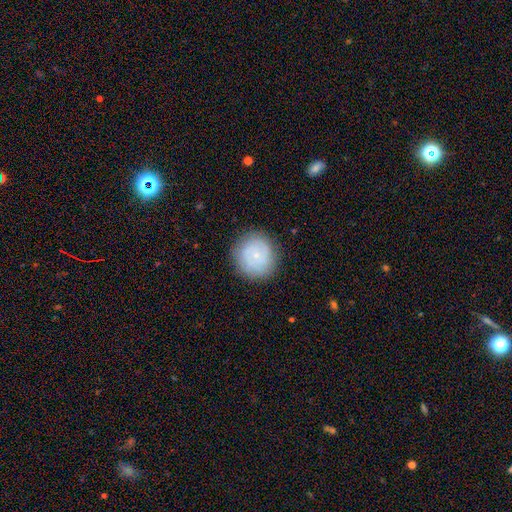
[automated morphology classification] type=smooth (49%); merging=none (85%).